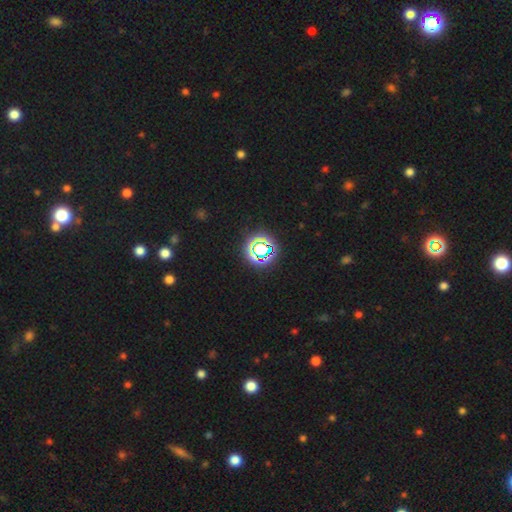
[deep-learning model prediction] Smooth or featured: star or artifact — 68% (smooth — 22%)